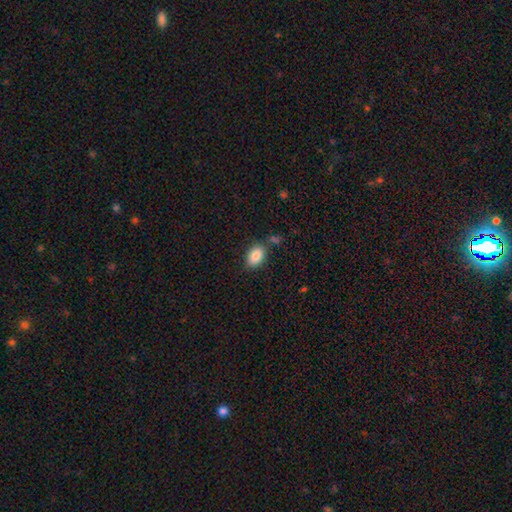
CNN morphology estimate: Q: Smooth or featured?
A: smooth (87%); runner-up: star or artifact (8%)
Q: How rounded?
A: in between (87%); runner-up: round (11%)
Q: Merging?
A: none (74%); runner-up: minor disturbance (15%)